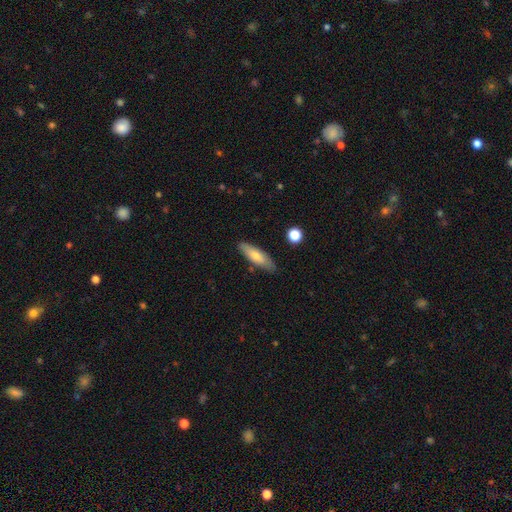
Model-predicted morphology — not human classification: This appears to be a smooth galaxy with no disk features (71%) that is cigar-shaped (56%). Merging: none (80%).